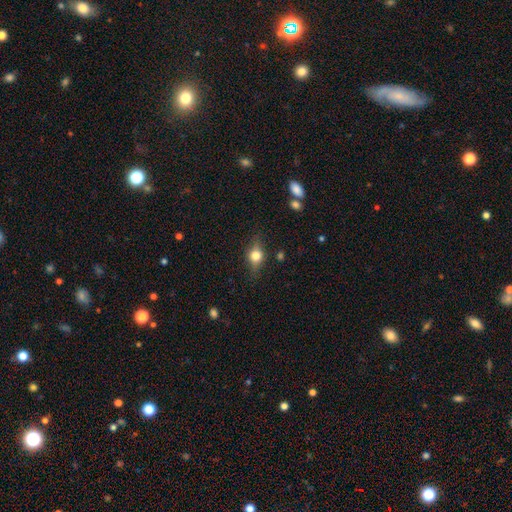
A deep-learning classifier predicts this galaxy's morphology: smooth-or-featured: smooth: 60% | featured or disk: 30% | star or artifact: 10%
  how-rounded: in between: 51% | round: 43% | cigar-shaped: 6%
  merging: none: 76% | minor disturbance: 18% | major disturbance: 5% | merger: 2%